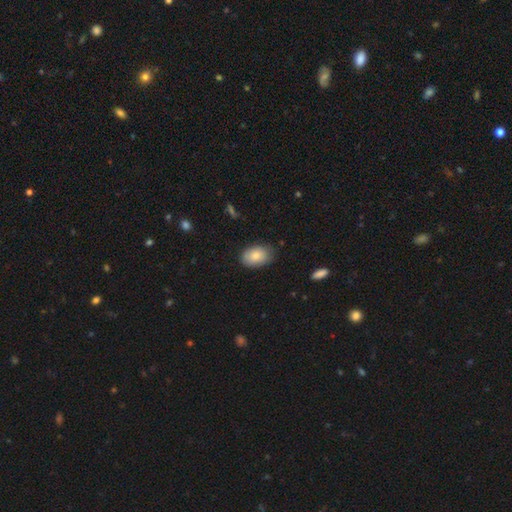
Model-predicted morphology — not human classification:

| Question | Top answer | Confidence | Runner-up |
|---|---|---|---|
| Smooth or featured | smooth | 84% | featured or disk (10%) |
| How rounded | in between | 88% | round (11%) |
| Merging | none | 77% | minor disturbance (18%) |